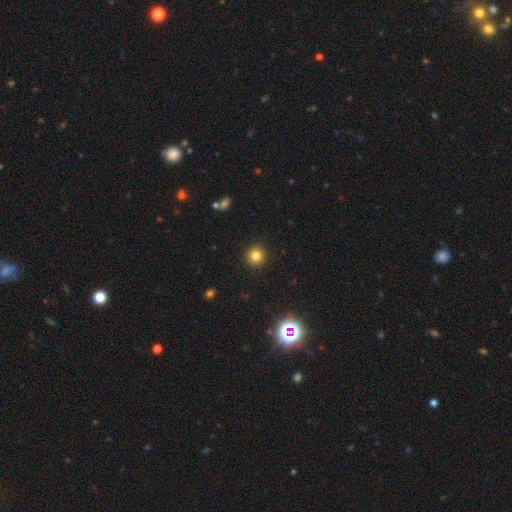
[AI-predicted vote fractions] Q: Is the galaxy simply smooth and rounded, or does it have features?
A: smooth — 81%.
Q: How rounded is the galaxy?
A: round — 94%.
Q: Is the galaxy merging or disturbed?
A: none — 92%.